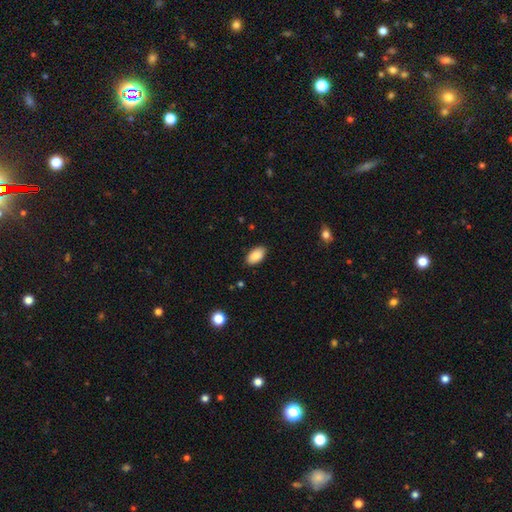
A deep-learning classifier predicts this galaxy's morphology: smooth_or_featured: smooth (p=0.87) [alt: star or artifact p=0.07]
how_rounded: in between (p=0.95) [alt: round p=0.03]
merging: none (p=0.88) [alt: minor disturbance p=0.09]